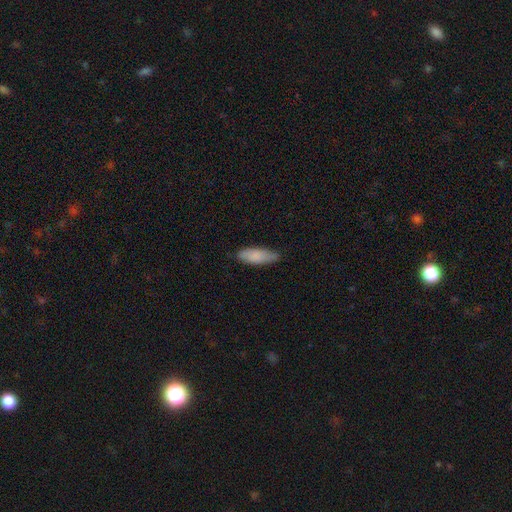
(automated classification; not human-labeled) Smooth or featured: smooth — 84% (featured or disk — 10%)
How rounded: in between — 69% (cigar-shaped — 30%)
Merging: none — 74% (minor disturbance — 22%)